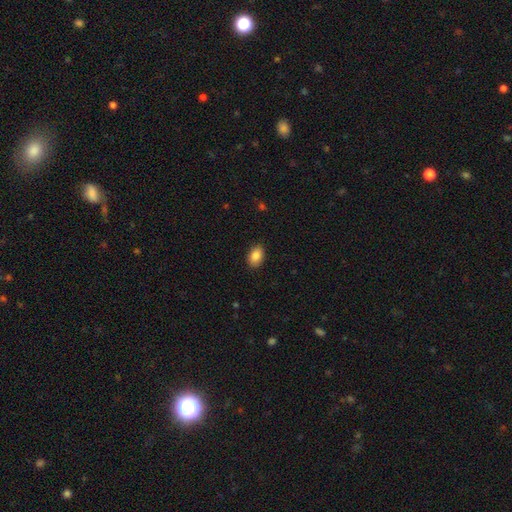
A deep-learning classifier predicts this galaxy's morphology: Smooth or featured? Predicted: smooth (p=0.86). How rounded? Predicted: in between (p=0.87). Merging? Predicted: none (p=0.88).